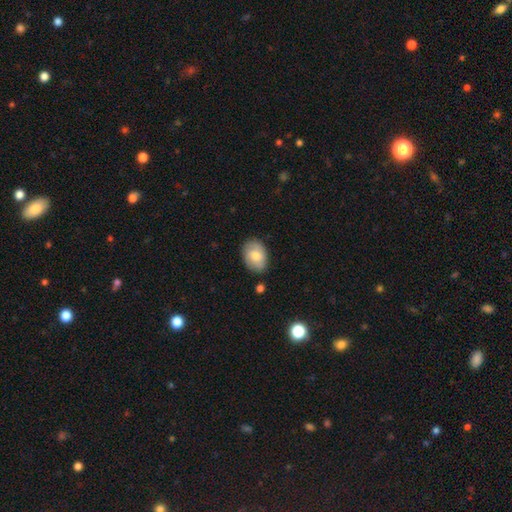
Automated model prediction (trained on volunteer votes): A smooth galaxy with no disk features (67%) that is in between round and cigar-shaped (75%).

Vote fractions:
- Smooth or featured? smooth: 67% / featured or disk: 26% / star or artifact: 7%
- How rounded? in between: 75% / round: 24% / cigar-shaped: 1%
- Merging? none: 79% / minor disturbance: 16% / major disturbance: 3% / merger: 2%